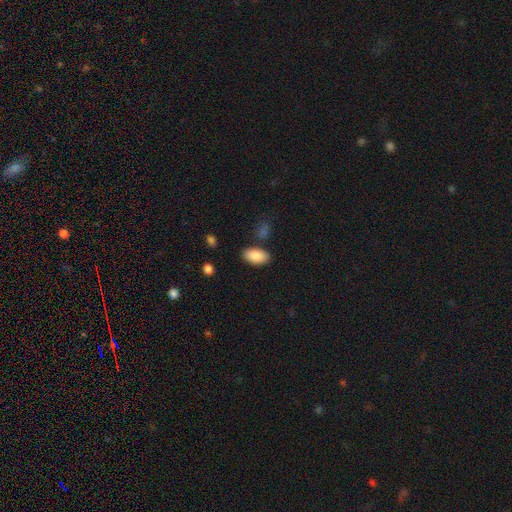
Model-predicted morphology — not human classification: The model was most divided on "merging": none: 84%, minor disturbance: 10%, merger: 3%, major disturbance: 3%. More confident: how rounded — in between (94%); smooth or featured — smooth (88%).